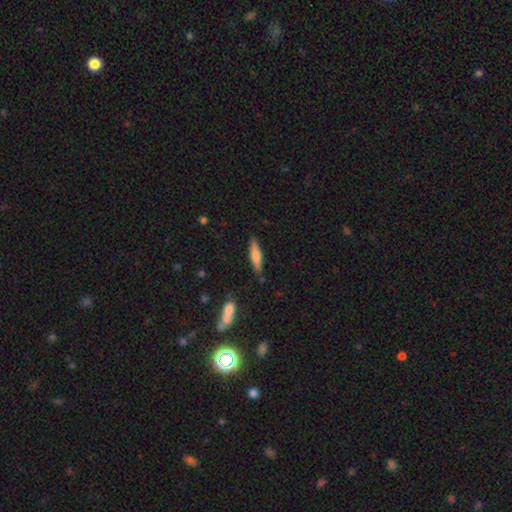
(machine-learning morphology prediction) smooth 62%, featured or disk 32%, star or artifact 6%. Down the decision tree: how rounded — cigar-shaped (75%); merging — none (82%).